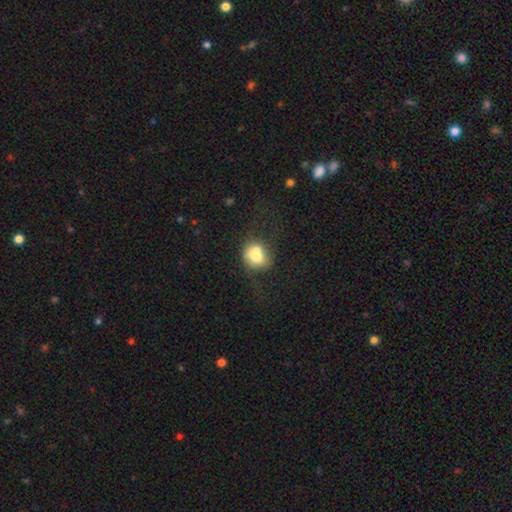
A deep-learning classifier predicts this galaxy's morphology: smooth-or-featured: smooth: 70% | featured or disk: 20% | star or artifact: 10%
  how-rounded: round: 69% | in between: 29% | cigar-shaped: 1%
  merging: none: 42% | merger: 26% | minor disturbance: 20% | major disturbance: 12%